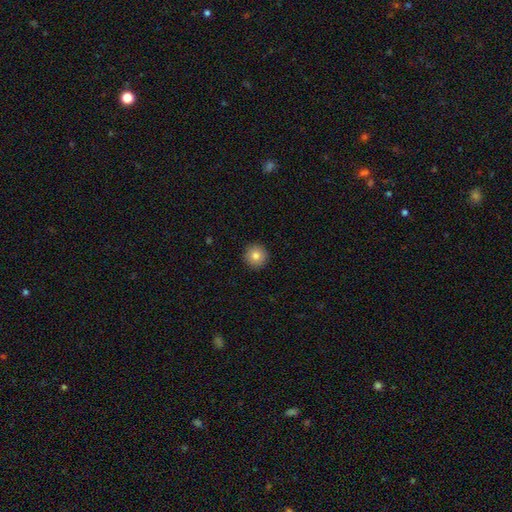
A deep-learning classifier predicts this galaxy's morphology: A smooth galaxy with no disk features (83%) that is round (96%). Merging: none (93%).